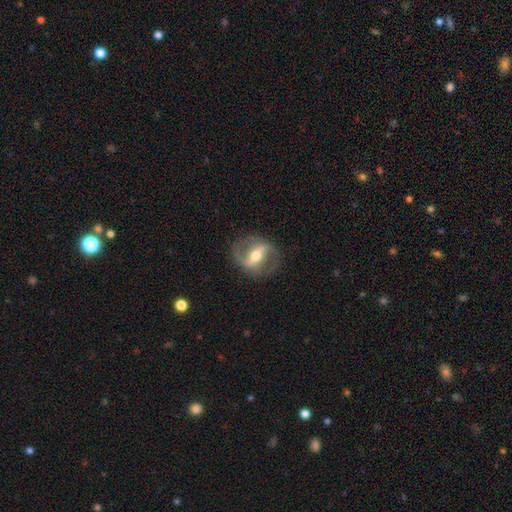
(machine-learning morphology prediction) Smooth or featured?
  - featured or disk: 84% *
  - smooth: 11%
  - star or artifact: 5%
Edge-on disk?
  - no: 93% *
  - yes: 7%
Bar?
  - strong: 60% *
  - weak: 29%
  - no: 11%
Spiral arms?
  - yes: 85% *
  - no: 15%
Spiral winding?
  - loose: 44% *
  - medium: 41%
  - tight: 15%
Spiral arm count?
  - 2: 89% *
  - can't tell: 4%
  - 1: 3%
  - 3: 1%
  - 4: 1%
  - more than 4: 1%
Bulge size?
  - moderate: 65% *
  - small: 27%
  - large: 5%
  - none: 1%
  - dominant: 1%
Merging?
  - none: 82% *
  - minor disturbance: 11%
  - major disturbance: 6%
  - merger: 1%